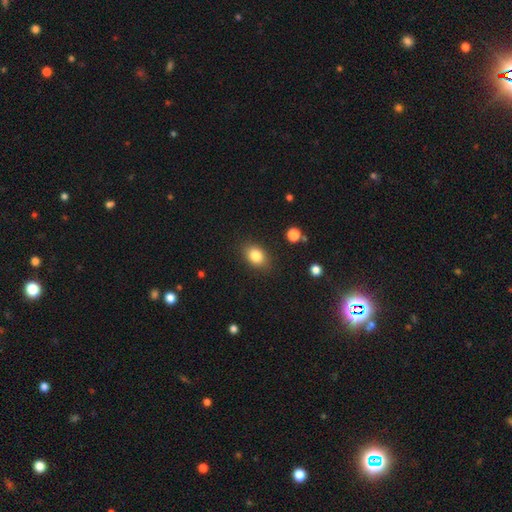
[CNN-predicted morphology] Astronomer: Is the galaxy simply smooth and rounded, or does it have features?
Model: smooth — 84%.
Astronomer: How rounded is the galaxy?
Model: in between — 72%.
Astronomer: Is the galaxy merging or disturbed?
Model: none — 86%.